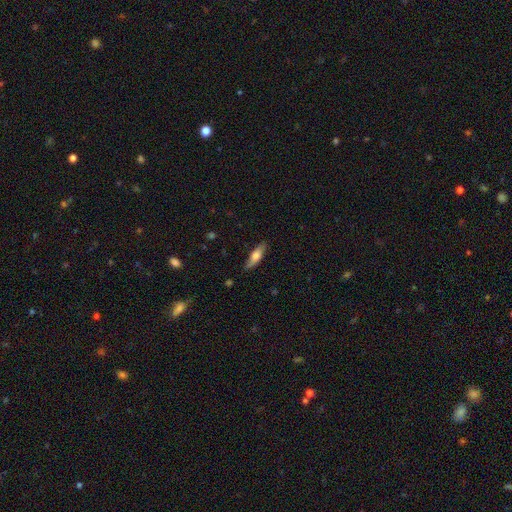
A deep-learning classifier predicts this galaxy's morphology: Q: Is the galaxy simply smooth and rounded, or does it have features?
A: smooth — 57%.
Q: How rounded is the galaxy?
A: cigar-shaped — 55%.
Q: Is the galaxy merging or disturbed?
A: none — 80%.